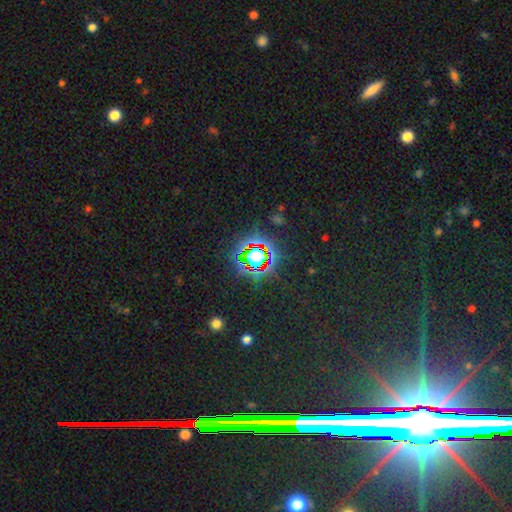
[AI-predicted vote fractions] smooth-or-featured: star or artifact: 76% | smooth: 14% | featured or disk: 10%